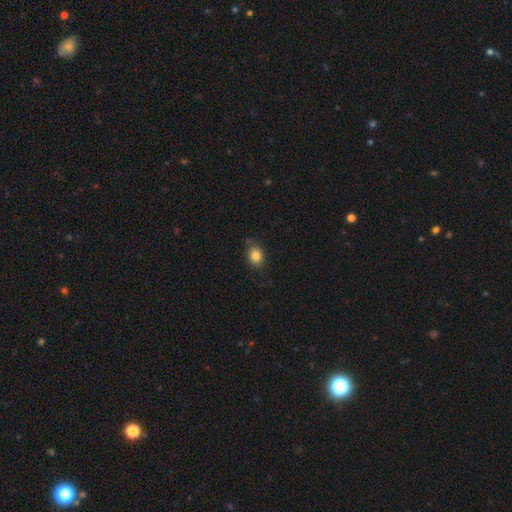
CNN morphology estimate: A smooth galaxy with no disk features (83%) that is in between round and cigar-shaped (52%).

Vote fractions:
- Smooth or featured? smooth: 83% / star or artifact: 10% / featured or disk: 7%
- How rounded? in between: 52% / round: 47% / cigar-shaped: 1%
- Merging? none: 73% / minor disturbance: 21% / major disturbance: 4% / merger: 2%